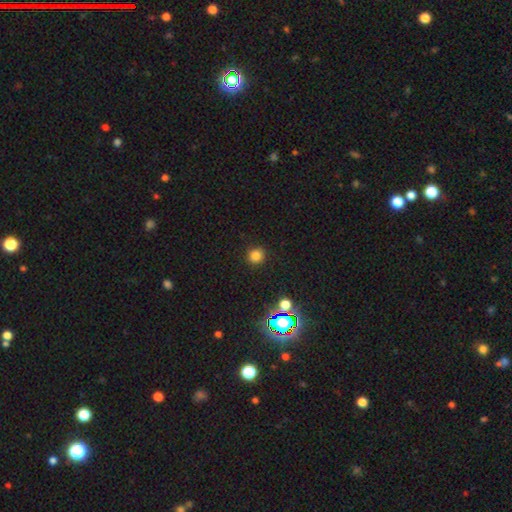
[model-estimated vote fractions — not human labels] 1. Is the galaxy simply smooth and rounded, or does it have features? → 78% smooth, 17% star or artifact, 5% featured or disk.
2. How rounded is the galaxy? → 92% round, 7% in between, 1% cigar-shaped.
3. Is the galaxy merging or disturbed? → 91% none, 6% minor disturbance, 2% major disturbance, 1% merger.